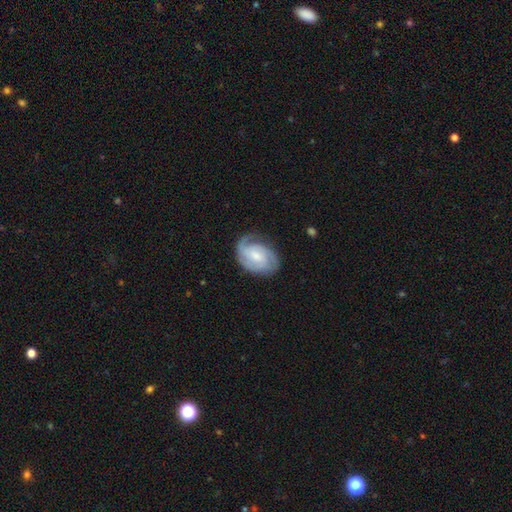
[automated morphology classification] type=featured or disk (80%); edge-on=no (97%); bar=no (50%); spiral arms=yes (96%); winding=tight (49%); arm count=3 (34%); bulge=small (44%); merging=none (71%).